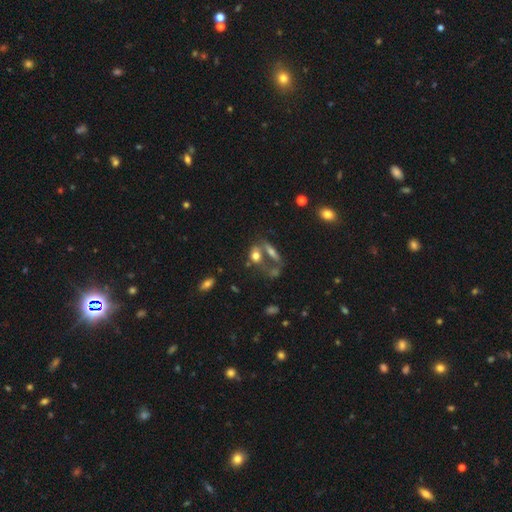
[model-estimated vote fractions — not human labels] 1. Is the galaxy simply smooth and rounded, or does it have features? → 65% smooth, 22% featured or disk, 13% star or artifact.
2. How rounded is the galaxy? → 64% in between, 27% round, 9% cigar-shaped.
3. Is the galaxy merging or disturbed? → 38% merger, 37% none, 13% minor disturbance, 12% major disturbance.